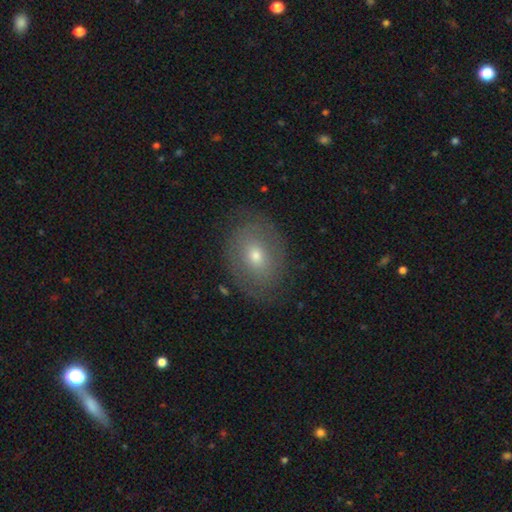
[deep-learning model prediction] A featured or disk galaxy (46%). Merging: none (79%).